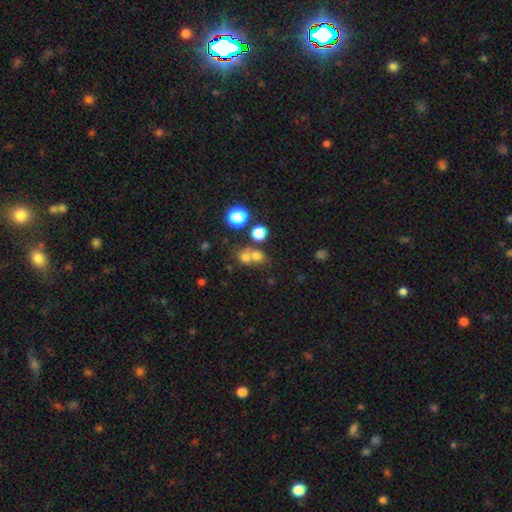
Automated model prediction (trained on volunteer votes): The model was most divided on "merging": merger: 46%, none: 44%, minor disturbance: 7%, major disturbance: 4%. More confident: how rounded — round (80%); smooth or featured — smooth (68%).